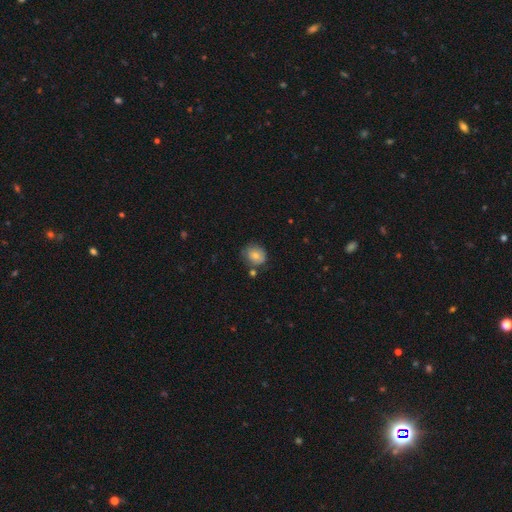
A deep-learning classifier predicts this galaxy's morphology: A smooth galaxy with no disk features (77%) that is round (70%).

Vote fractions:
- Smooth or featured? smooth: 77% / featured or disk: 14% / star or artifact: 9%
- How rounded? round: 70% / in between: 29% / cigar-shaped: 1%
- Merging? none: 67% / minor disturbance: 22% / merger: 6% / major disturbance: 5%